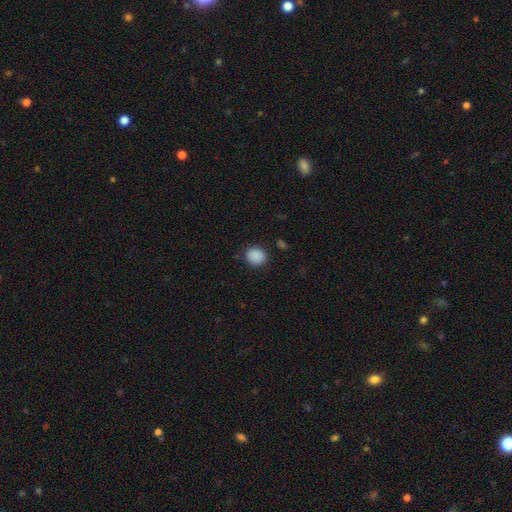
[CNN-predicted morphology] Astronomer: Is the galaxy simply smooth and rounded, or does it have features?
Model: smooth — 89%.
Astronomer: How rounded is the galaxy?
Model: round — 79%.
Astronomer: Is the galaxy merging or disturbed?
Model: none — 83%.